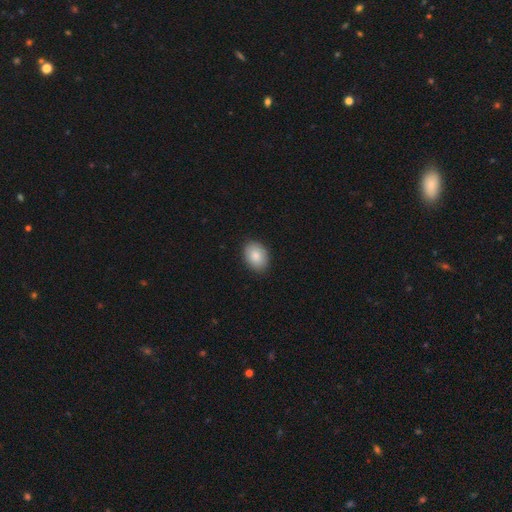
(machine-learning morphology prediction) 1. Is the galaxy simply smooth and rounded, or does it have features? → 86% smooth, 7% featured or disk, 7% star or artifact.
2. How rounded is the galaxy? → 78% in between, 21% round, 1% cigar-shaped.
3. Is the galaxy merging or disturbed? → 87% none, 10% minor disturbance, 2% major disturbance, 1% merger.